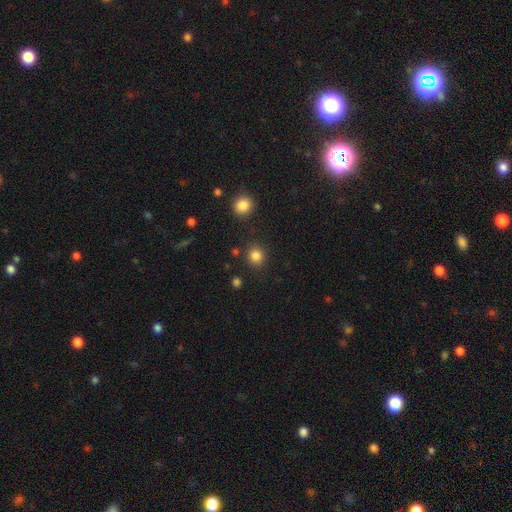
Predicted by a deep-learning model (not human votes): smooth_or_featured: smooth (p=0.84) [alt: star or artifact p=0.12]
how_rounded: round (p=0.88) [alt: in between p=0.11]
merging: none (p=0.87) [alt: minor disturbance p=0.07]